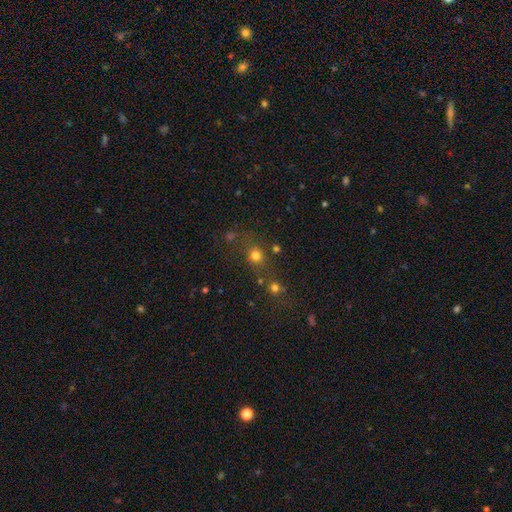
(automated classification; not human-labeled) Smooth or featured?
  - smooth: 71% *
  - star or artifact: 21%
  - featured or disk: 9%
How rounded?
  - round: 81% *
  - in between: 18%
  - cigar-shaped: 1%
Merging?
  - none: 64% *
  - merger: 17%
  - minor disturbance: 12%
  - major disturbance: 7%